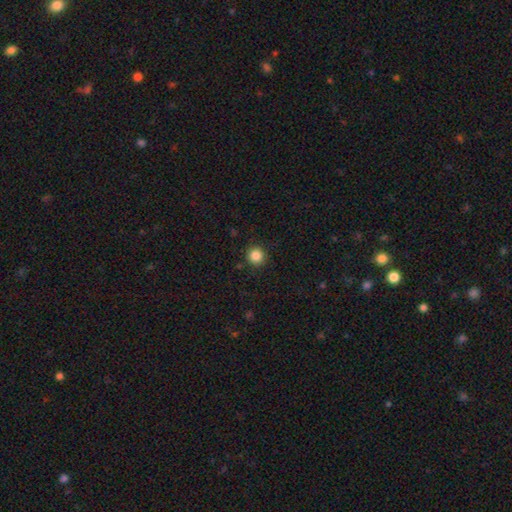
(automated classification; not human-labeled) Smooth or featured?
  - smooth: 86% *
  - star or artifact: 11%
  - featured or disk: 4%
How rounded?
  - round: 94% *
  - in between: 5%
  - cigar-shaped: 1%
Merging?
  - none: 91% *
  - minor disturbance: 6%
  - major disturbance: 2%
  - merger: 1%